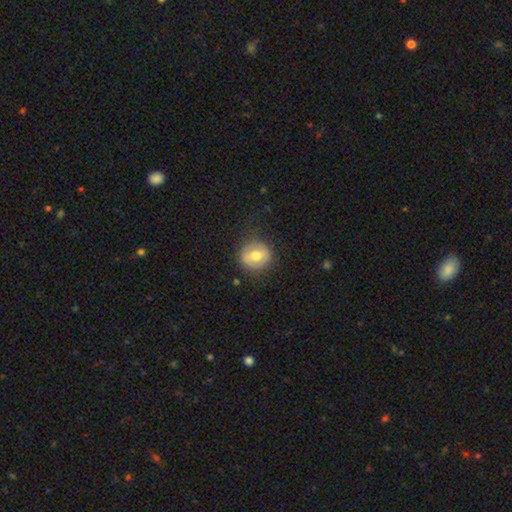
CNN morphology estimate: Overall: smooth (62%; featured or disk 30%). How rounded: round (86%). Merging: none (79%).